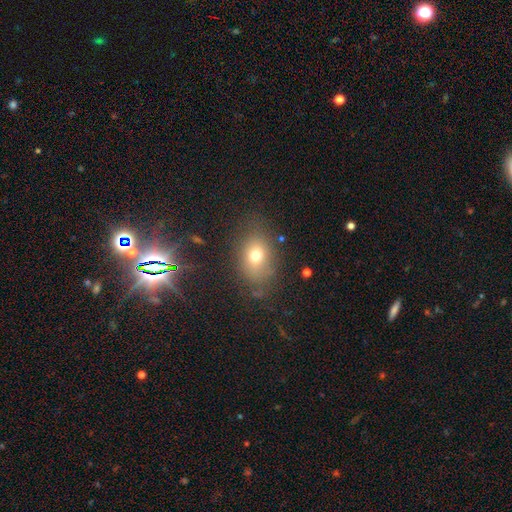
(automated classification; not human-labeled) The model was most divided on "how rounded": in between: 64%, round: 35%, cigar-shaped: 1%. More confident: merging — none (74%); smooth or featured — smooth (71%).